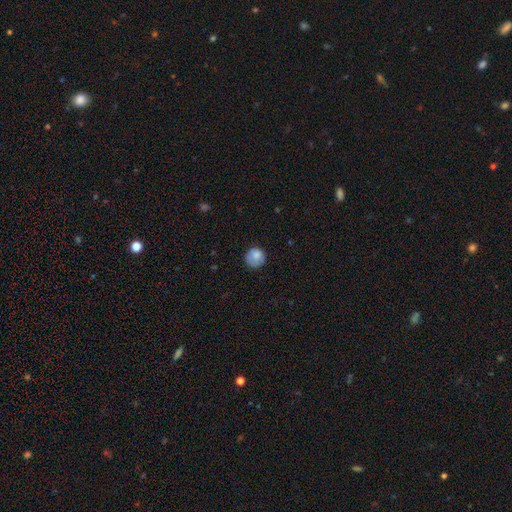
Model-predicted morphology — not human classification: Smooth or featured? Predicted: smooth (p=0.82). How rounded? Predicted: round (p=0.89). Merging? Predicted: none (p=0.73).